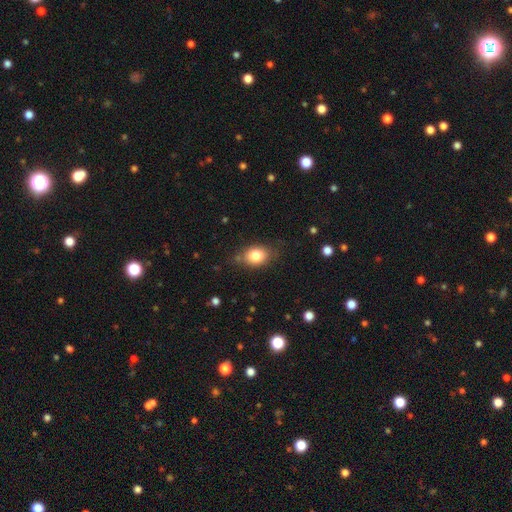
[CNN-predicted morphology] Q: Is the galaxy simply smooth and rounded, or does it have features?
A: smooth — 82%.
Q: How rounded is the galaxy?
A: in between — 67%.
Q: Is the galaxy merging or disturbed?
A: none — 75%.